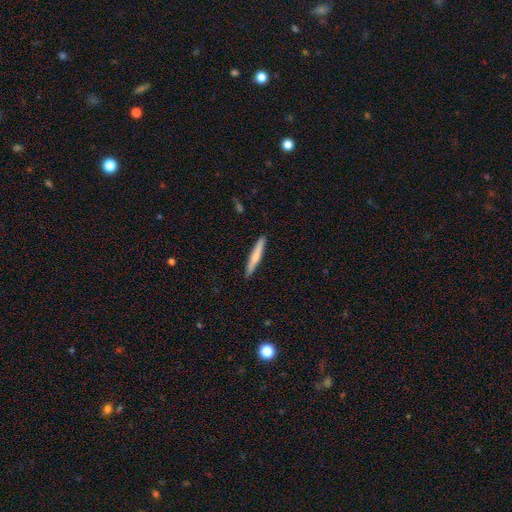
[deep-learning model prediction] Q: Smooth or featured?
A: smooth (67%); runner-up: featured or disk (28%)
Q: How rounded?
A: cigar-shaped (95%); runner-up: in between (4%)
Q: Merging?
A: none (91%); runner-up: minor disturbance (7%)